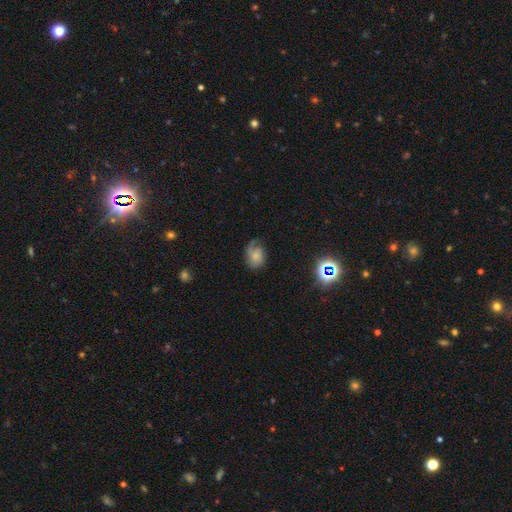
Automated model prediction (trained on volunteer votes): Overall: featured or disk (46%; smooth 41%). Merging: none (49%; minor disturbance 28%).